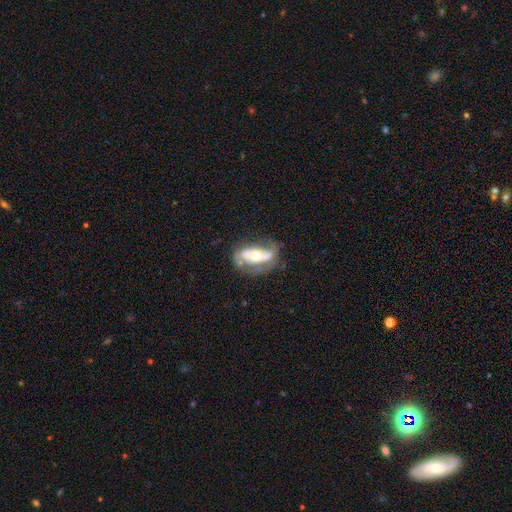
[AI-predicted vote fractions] Smooth or featured: featured or disk — 64% (smooth — 30%)
Edge-on disk: no — 89% (yes — 11%)
Bar: no — 62% (strong — 20%)
Spiral arms: yes — 52% (no — 48%)
Bulge size: moderate — 64% (small — 26%)
Merging: none — 53% (minor disturbance — 26%)